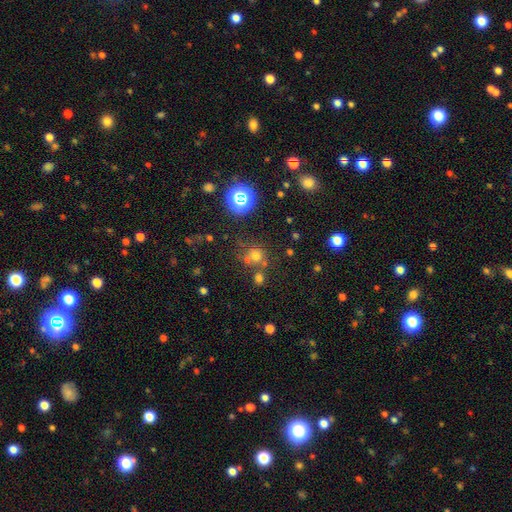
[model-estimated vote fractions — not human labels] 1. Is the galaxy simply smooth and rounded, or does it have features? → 58% smooth, 33% star or artifact, 9% featured or disk.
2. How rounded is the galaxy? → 89% round, 10% in between, 1% cigar-shaped.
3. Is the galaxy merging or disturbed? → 65% none, 21% merger, 10% minor disturbance, 5% major disturbance.